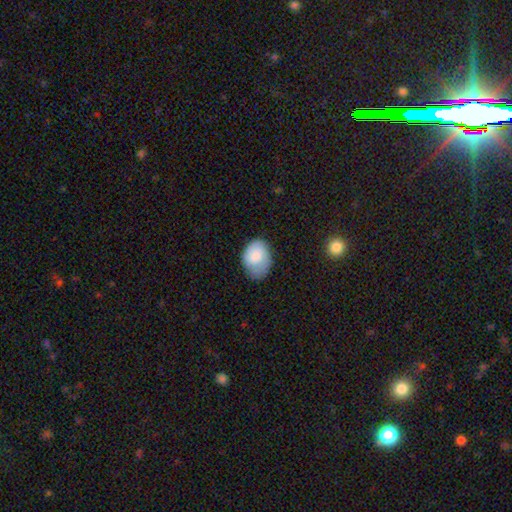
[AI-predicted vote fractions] A smooth galaxy with no disk features (81%) that is in between round and cigar-shaped (74%). Merging: none (53%).